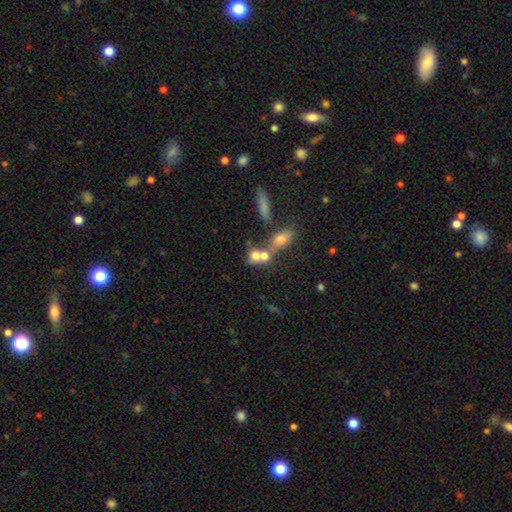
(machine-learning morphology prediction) smooth 67%, featured or disk 20%, star or artifact 13%. Down the decision tree: how rounded — round (55%); merging — merger (60%).